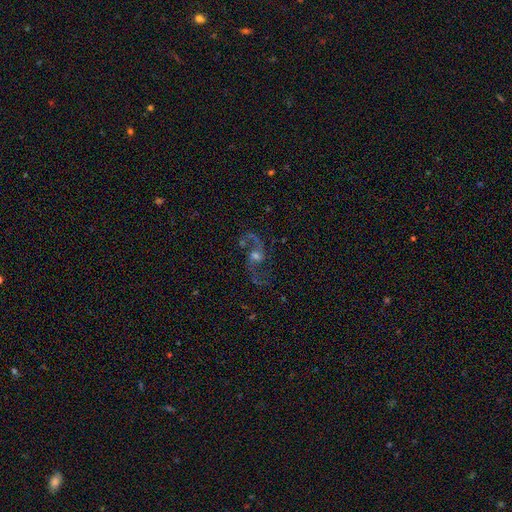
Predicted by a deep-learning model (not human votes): Smooth or featured: featured or disk — 86% (star or artifact — 9%)
Edge-on disk: no — 97% (yes — 3%)
Bar: no — 55% (weak — 35%)
Spiral arms: yes — 96% (no — 4%)
Spiral winding: loose — 70% (medium — 26%)
Spiral arm count: 2 — 93% (1 — 2%)
Bulge size: moderate — 55% (small — 31%)
Merging: none — 70% (minor disturbance — 14%)